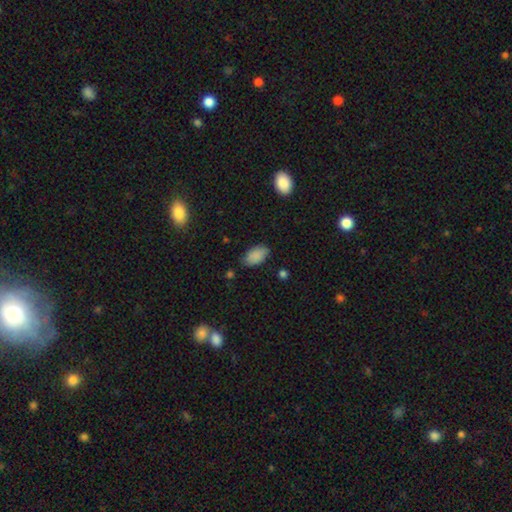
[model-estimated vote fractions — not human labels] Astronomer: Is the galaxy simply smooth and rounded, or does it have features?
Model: smooth — 88%.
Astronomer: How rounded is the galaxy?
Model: in between — 93%.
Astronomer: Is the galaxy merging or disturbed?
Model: none — 78%.